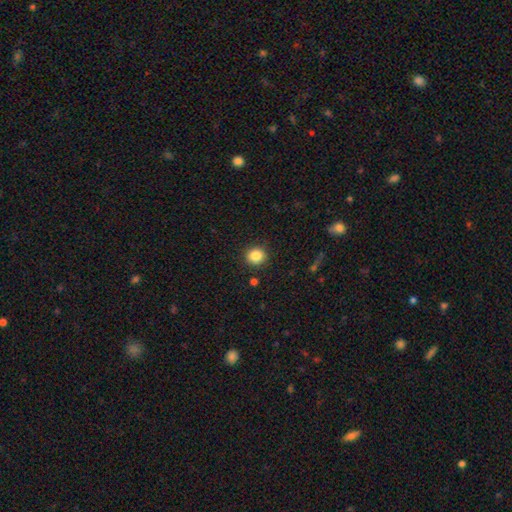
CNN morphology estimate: Overall: smooth (86%). How rounded: round (86%). Merging: none (89%).